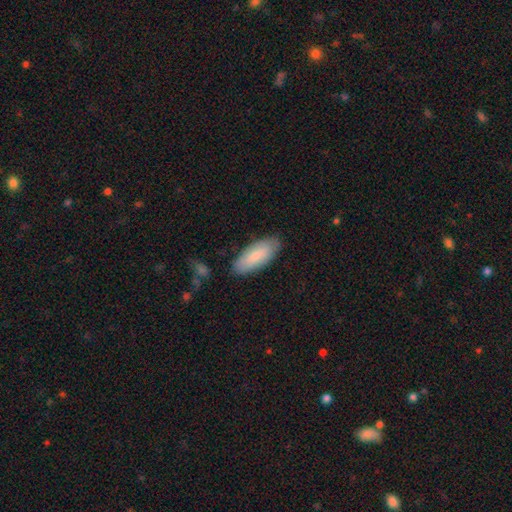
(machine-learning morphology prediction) Smooth or featured?
  - smooth: 83% *
  - featured or disk: 12%
  - star or artifact: 5%
How rounded?
  - in between: 77% *
  - cigar-shaped: 21%
  - round: 2%
Merging?
  - none: 83% *
  - minor disturbance: 13%
  - major disturbance: 3%
  - merger: 2%